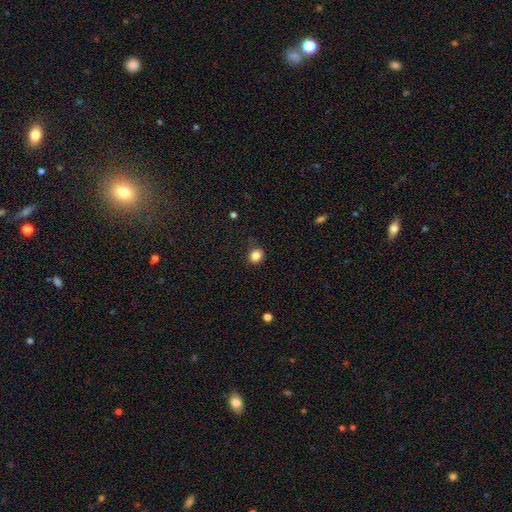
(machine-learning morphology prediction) Overall: smooth (85%). How rounded: round (68%; in between 31%). Merging: none (80%).